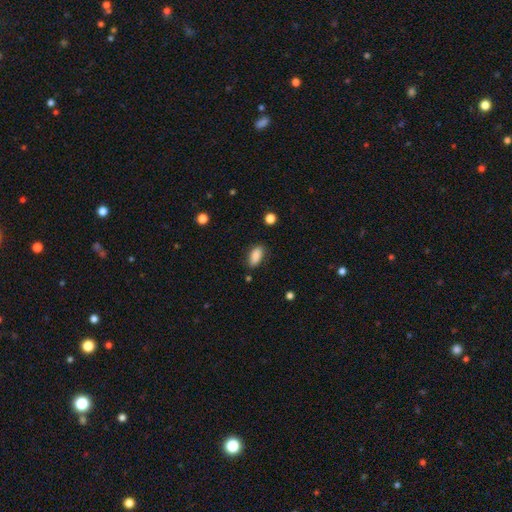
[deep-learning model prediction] This is clearly a smooth galaxy (87%). How rounded: clearly in between (88%). Merging: clearly none (82%).